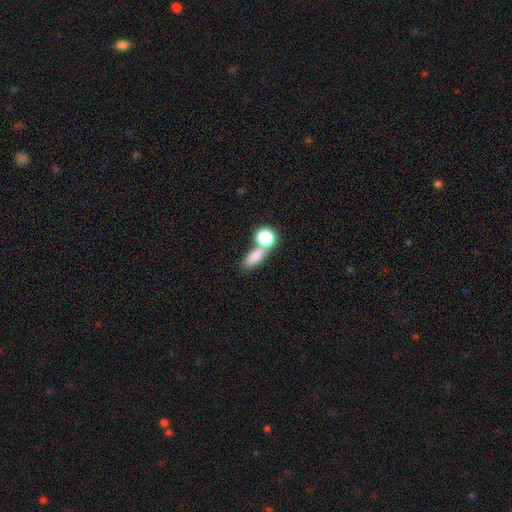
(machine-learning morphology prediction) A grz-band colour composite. It shows a smooth galaxy with no disk features (79%) that is in between round and cigar-shaped (66%). Merging: merger (43%).